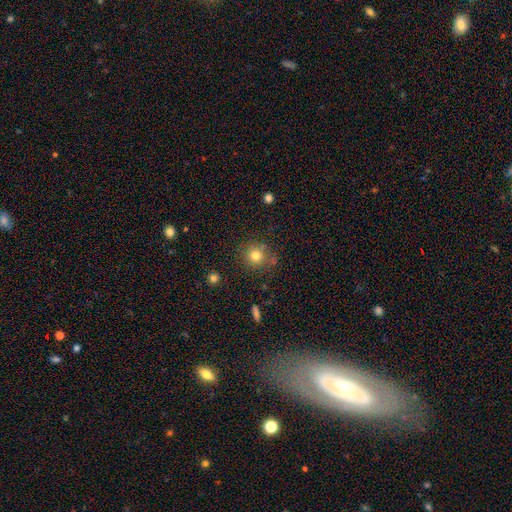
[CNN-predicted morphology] This is likely a smooth galaxy (79%). How rounded: clearly round (91%). Merging: likely none (79%).